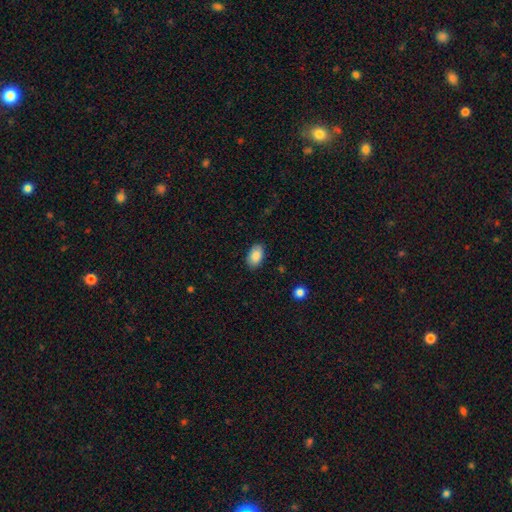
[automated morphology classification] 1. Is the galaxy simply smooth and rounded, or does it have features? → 89% smooth, 7% star or artifact, 5% featured or disk.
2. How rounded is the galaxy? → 93% in between, 6% round, 1% cigar-shaped.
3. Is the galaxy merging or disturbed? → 86% none, 10% minor disturbance, 2% major disturbance, 1% merger.